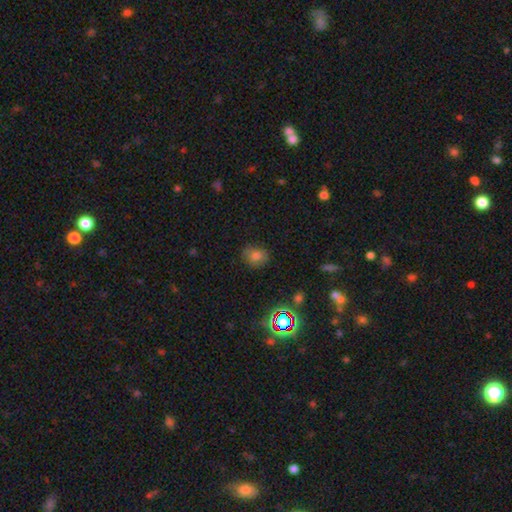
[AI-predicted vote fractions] Smooth or featured?
  - smooth: 73% *
  - star or artifact: 18%
  - featured or disk: 9%
How rounded?
  - round: 51% *
  - in between: 47%
  - cigar-shaped: 1%
Merging?
  - none: 78% *
  - minor disturbance: 16%
  - major disturbance: 5%
  - merger: 2%